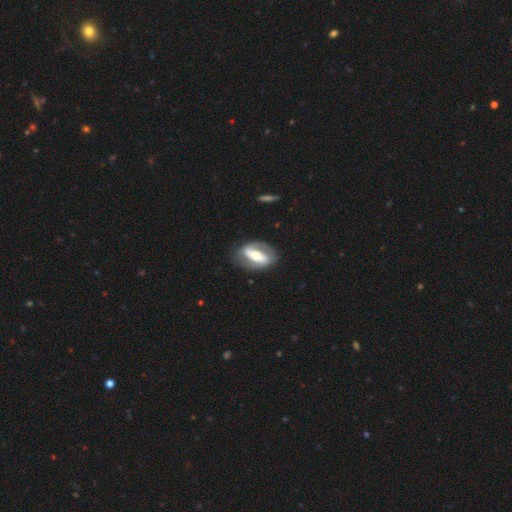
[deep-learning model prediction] A featured or disk galaxy (73%) with a strong bar (62%), spiral arms (64%) and a moderate central bulge (66%).

Vote fractions:
- Smooth or featured? featured or disk: 73% / smooth: 22% / star or artifact: 5%
- Edge-on disk? no: 91% / yes: 9%
- Bar? strong: 62% / weak: 21% / no: 17%
- Spiral arms? yes: 64% / no: 36%
- Bulge size? moderate: 66% / small: 22% / large: 10% / dominant: 1% / none: 1%
- Merging? none: 76% / minor disturbance: 15% / major disturbance: 8% / merger: 2%